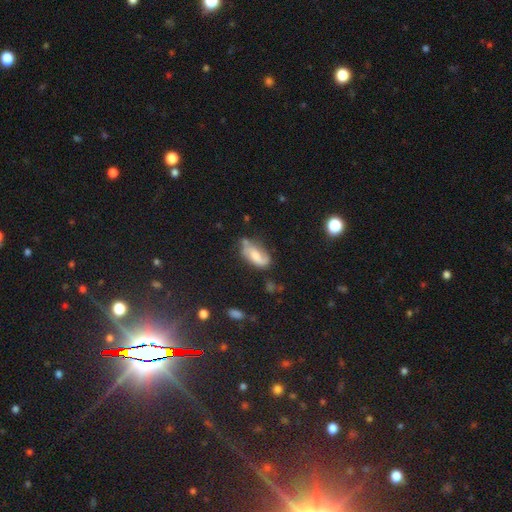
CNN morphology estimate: smooth_or_featured: featured or disk (p=0.54) [alt: smooth p=0.38]
disk_edge_on: no (p=0.92) [alt: yes p=0.08]
merging: none (p=0.51) [alt: minor disturbance p=0.28]